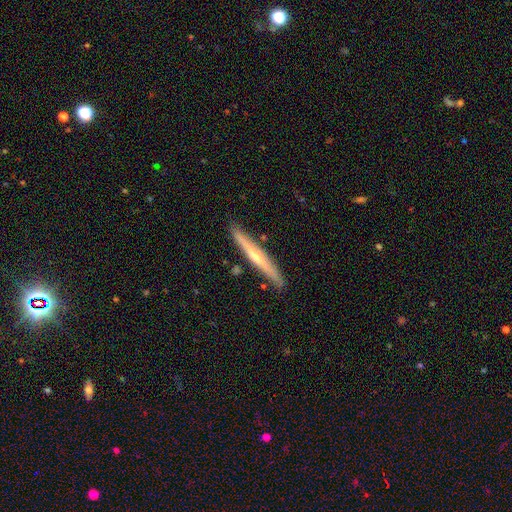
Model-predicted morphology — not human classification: featured or disk 65%, smooth 28%, star or artifact 7%. Down the decision tree: edge-on disk — yes (96%); edge-on bulge — rounded (77%); merging — none (89%).